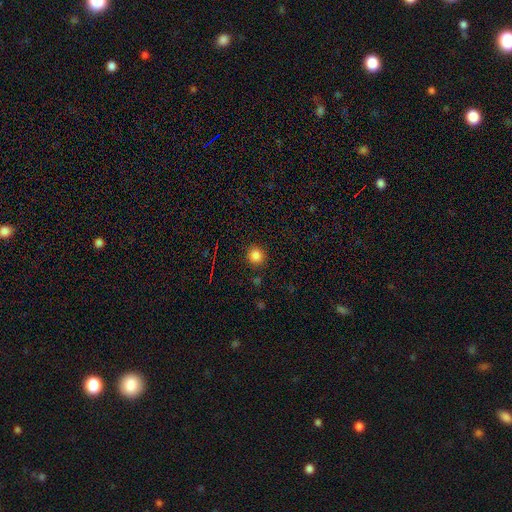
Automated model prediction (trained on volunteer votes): Morphology: type=smooth (83%); roundness=round (93%); merging=none (89%).